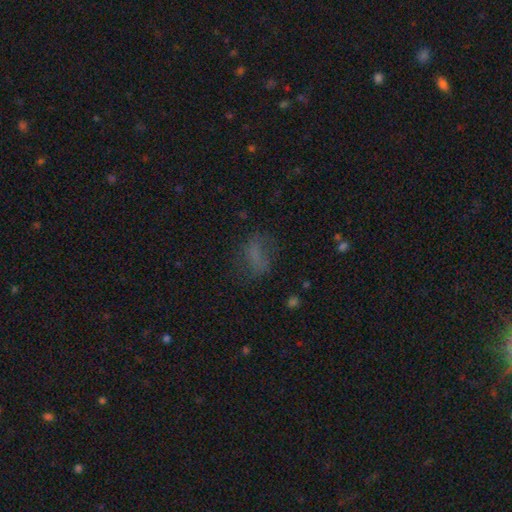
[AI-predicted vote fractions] Smooth or featured: smooth — 59% (featured or disk — 22%)
How rounded: in between — 71% (round — 21%)
Merging: none — 60% (minor disturbance — 20%)